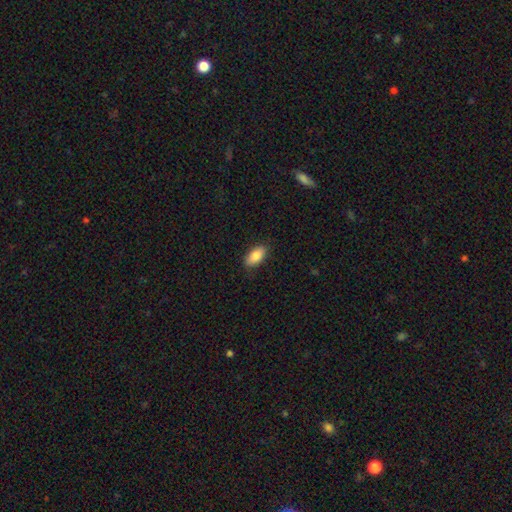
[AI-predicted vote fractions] smooth 84%, featured or disk 9%, star or artifact 7%. Down the decision tree: how rounded — in between (92%); merging — none (85%).